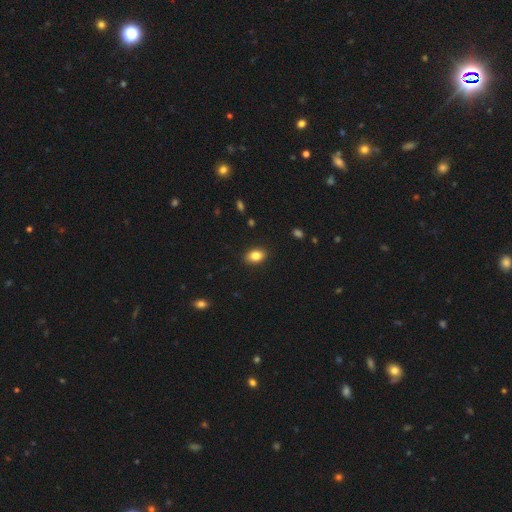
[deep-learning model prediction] The model was most divided on "how rounded": in between: 82%, round: 17%, cigar-shaped: 1%. More confident: merging — none (89%); smooth or featured — smooth (84%).